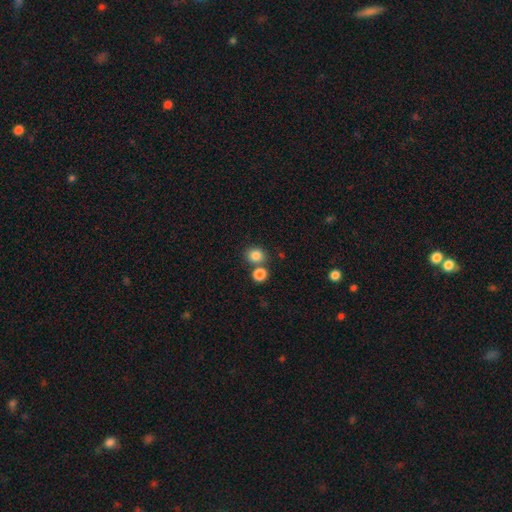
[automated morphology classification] type=smooth (83%); roundness=round (76%); merging=none (65%).